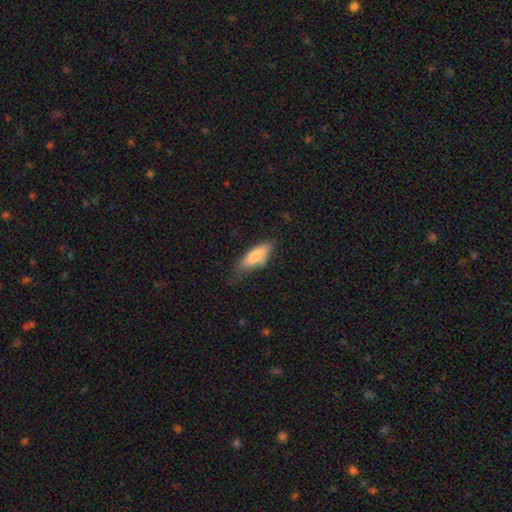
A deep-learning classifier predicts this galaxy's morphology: type=smooth (81%); roundness=in between (55%); merging=none (62%).